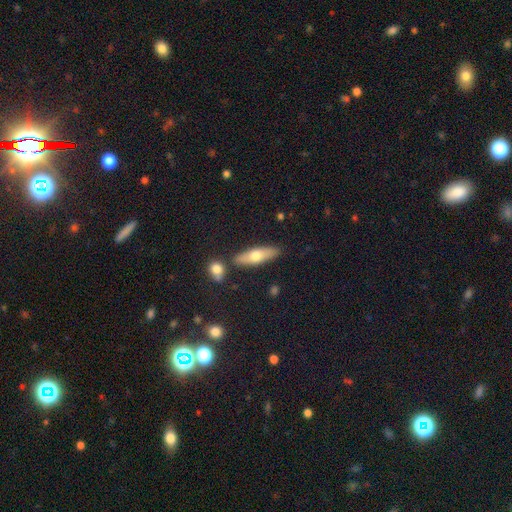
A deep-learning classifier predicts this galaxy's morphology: This appears to be a smooth galaxy with no disk features (58%) that is cigar-shaped (57%). Merging: none (81%).